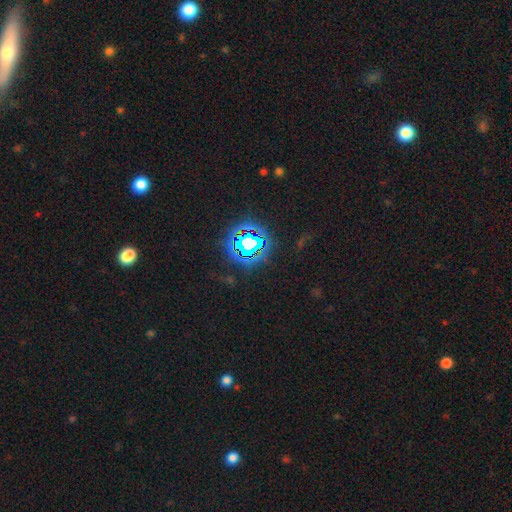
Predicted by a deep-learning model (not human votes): Smooth or featured? star or artifact (81%)